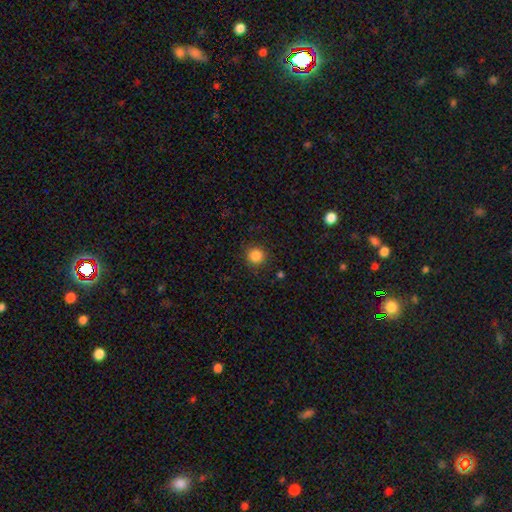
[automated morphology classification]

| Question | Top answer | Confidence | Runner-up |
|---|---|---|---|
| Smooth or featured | smooth | 86% | star or artifact (11%) |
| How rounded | round | 93% | in between (6%) |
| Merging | none | 90% | minor disturbance (7%) |